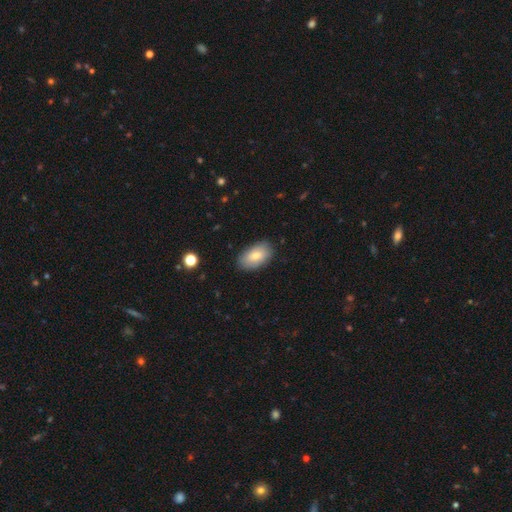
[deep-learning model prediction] Smooth or featured? smooth (78%)
How rounded? in between (93%)
Merging? none (86%)